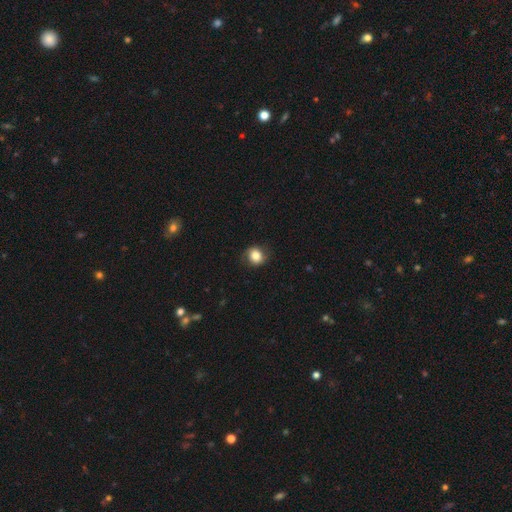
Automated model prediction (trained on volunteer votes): smooth_or_featured: smooth (p=0.78) [alt: featured or disk p=0.13]
how_rounded: round (p=0.74) [alt: in between p=0.25]
merging: none (p=0.77) [alt: minor disturbance p=0.16]